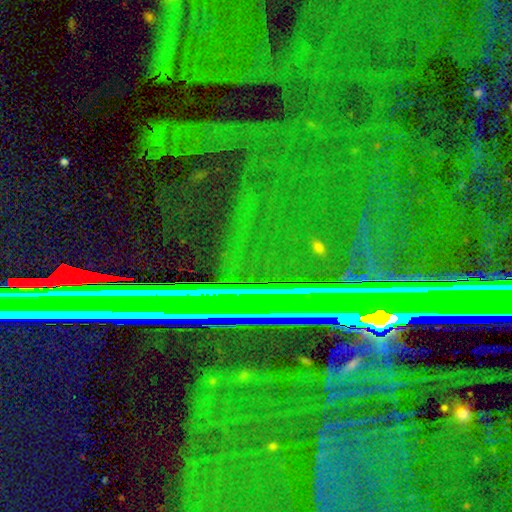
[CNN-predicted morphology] A star or artifact, not a galaxy (86%).